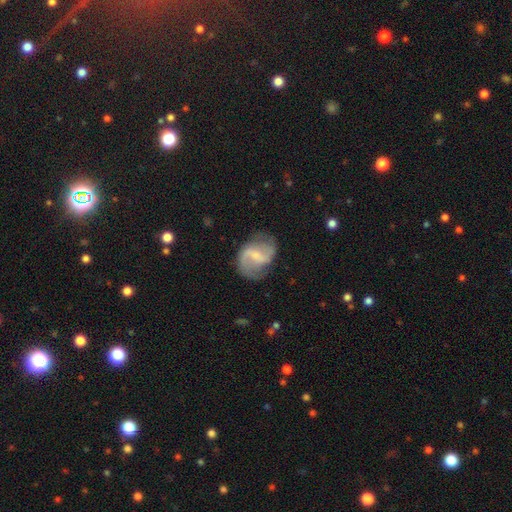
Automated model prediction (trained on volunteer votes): Smooth or featured: featured or disk — 79% (smooth — 15%)
Edge-on disk: no — 98% (yes — 2%)
Bar: weak — 53% (strong — 28%)
Spiral arms: yes — 93% (no — 7%)
Spiral winding: loose — 53% (medium — 38%)
Spiral arm count: 2 — 88% (can't tell — 5%)
Bulge size: small — 53% (moderate — 24%)
Merging: none — 70% (minor disturbance — 19%)